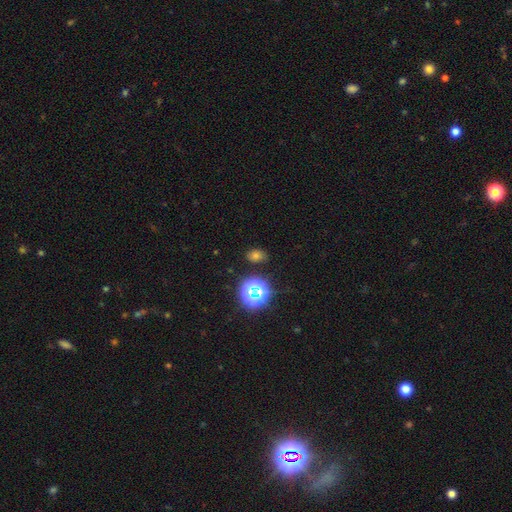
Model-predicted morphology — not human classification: smooth_or_featured: smooth (p=0.60) [alt: star or artifact p=0.31]
how_rounded: in between (p=0.67) [alt: round p=0.31]
merging: none (p=0.80) [alt: minor disturbance p=0.13]